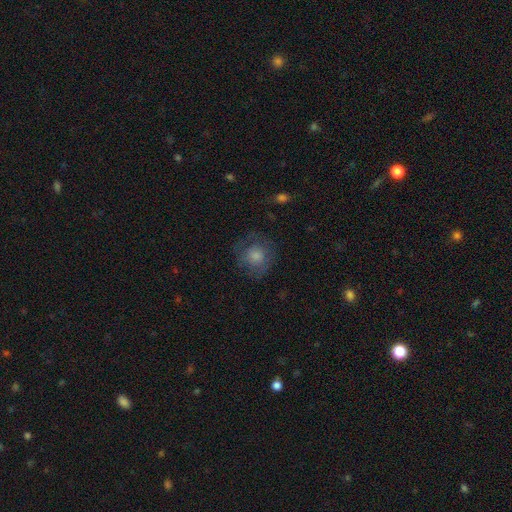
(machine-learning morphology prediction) A smooth galaxy with no disk features (60%) that is round (87%). Merging: none (72%).